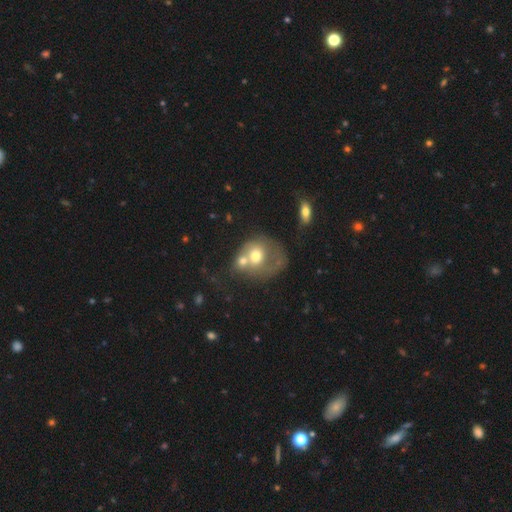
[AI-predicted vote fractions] Q: Smooth or featured?
A: smooth (52%); runner-up: featured or disk (39%)
Q: How rounded?
A: round (66%); runner-up: in between (33%)
Q: Merging?
A: merger (57%); runner-up: major disturbance (16%)